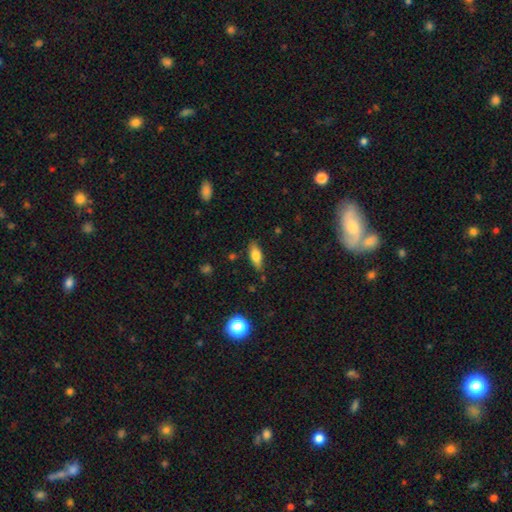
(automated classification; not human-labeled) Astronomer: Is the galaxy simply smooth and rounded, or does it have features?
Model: smooth — 72%.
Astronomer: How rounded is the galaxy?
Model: in between — 67%.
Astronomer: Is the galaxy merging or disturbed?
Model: none — 82%.